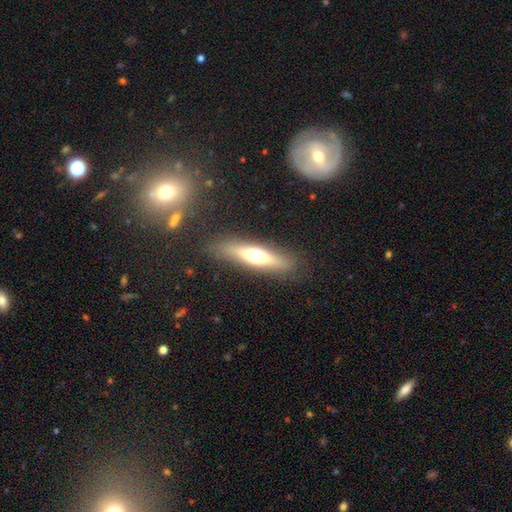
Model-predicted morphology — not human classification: Smooth or featured?
  - smooth: 47% *
  - featured or disk: 46%
  - star or artifact: 7%
Merging?
  - none: 85% *
  - minor disturbance: 10%
  - major disturbance: 3%
  - merger: 2%